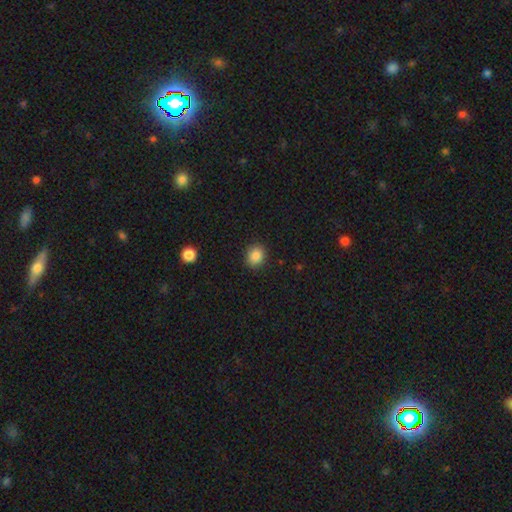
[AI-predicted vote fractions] A smooth galaxy with no disk features (86%) that is round (70%).

Vote fractions:
- Smooth or featured? smooth: 86% / star or artifact: 10% / featured or disk: 4%
- How rounded? round: 70% / in between: 29% / cigar-shaped: 1%
- Merging? none: 89% / minor disturbance: 7% / major disturbance: 2% / merger: 1%